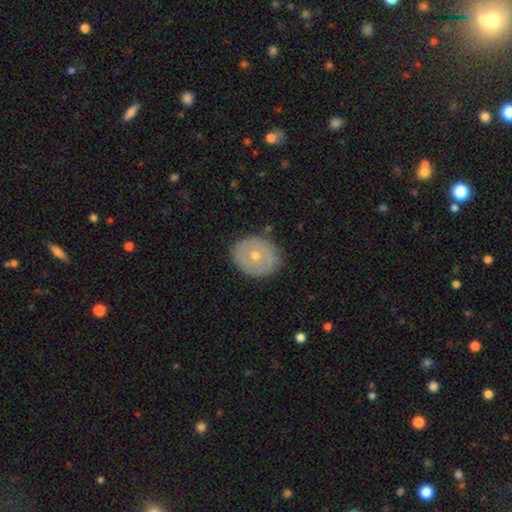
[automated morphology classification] smooth_or_featured: smooth (p=0.51) [alt: featured or disk p=0.42]
how_rounded: round (p=0.63) [alt: in between p=0.36]
merging: none (p=0.85) [alt: minor disturbance p=0.11]